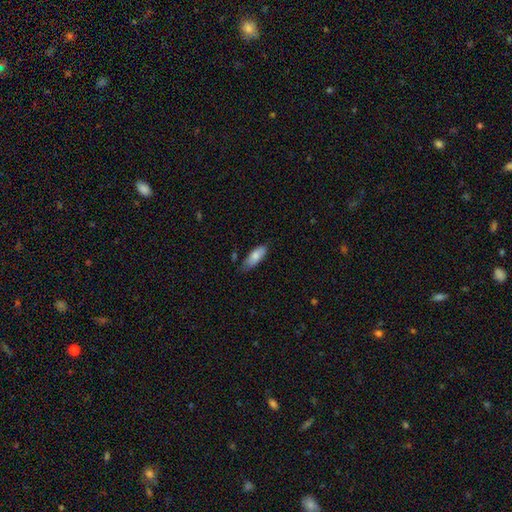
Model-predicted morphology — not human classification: Smooth or featured?
  - smooth: 79% *
  - featured or disk: 15%
  - star or artifact: 6%
How rounded?
  - in between: 78% *
  - cigar-shaped: 20%
  - round: 2%
Merging?
  - none: 69% *
  - minor disturbance: 25%
  - major disturbance: 4%
  - merger: 2%